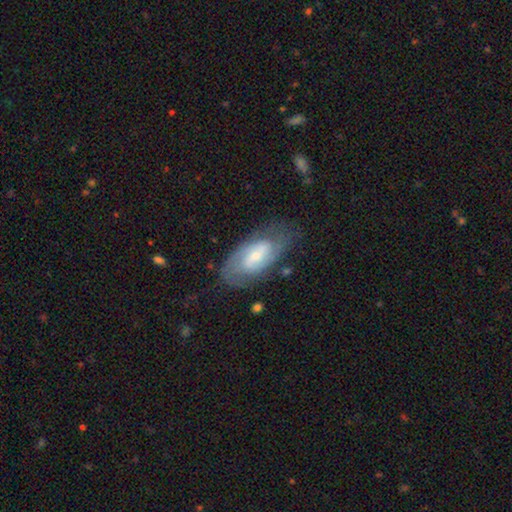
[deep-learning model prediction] Smooth or featured? featured or disk (70%)
Edge-on disk? no (94%)
Bar? weak (51%)
Spiral arms? yes (88%)
Spiral winding? medium (44%)
Spiral arm count? 2 (67%)
Bulge size? small (50%)
Merging? none (67%)